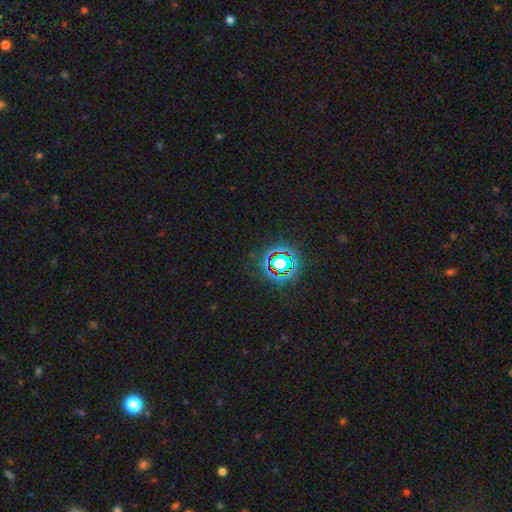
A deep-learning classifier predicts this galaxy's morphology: This appears to be a star or artifact, not a galaxy (79%).